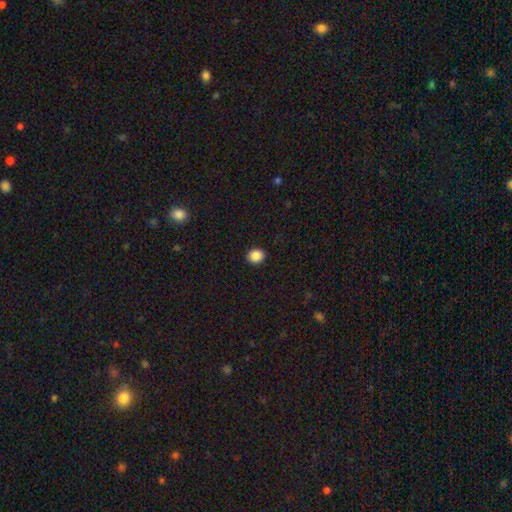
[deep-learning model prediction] A smooth galaxy with no disk features (88%) that is round (66%).

Vote fractions:
- Smooth or featured? smooth: 88% / star or artifact: 9% / featured or disk: 3%
- How rounded? round: 66% / in between: 33% / cigar-shaped: 1%
- Merging? none: 91% / minor disturbance: 6% / major disturbance: 2% / merger: 1%